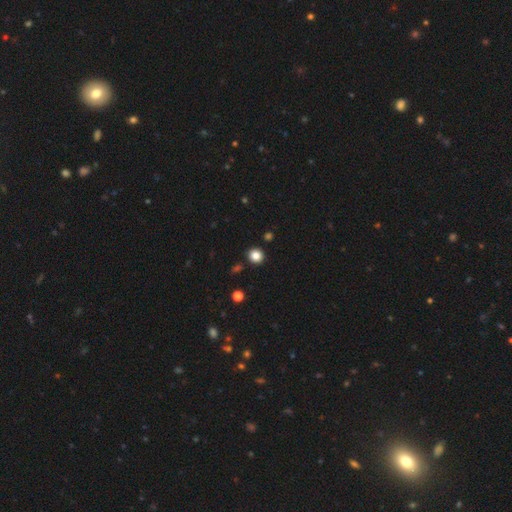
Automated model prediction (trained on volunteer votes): This appears to be a smooth galaxy with no disk features (85%) that is round (91%). Merging: none (91%).